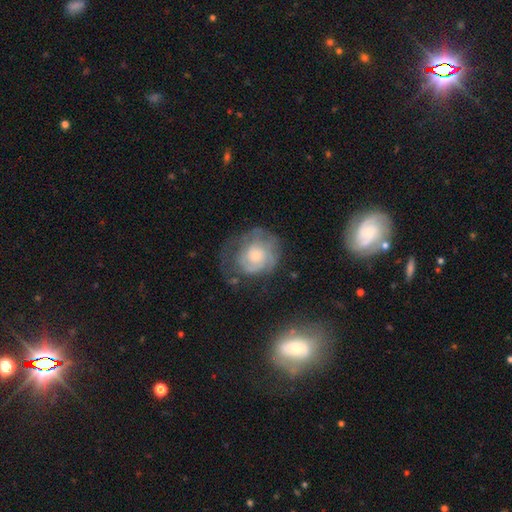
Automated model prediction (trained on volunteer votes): A featured or disk galaxy (63%) with no bar (80%), spiral arms (78%) and a small central bulge (46%). Merging: none (48%).